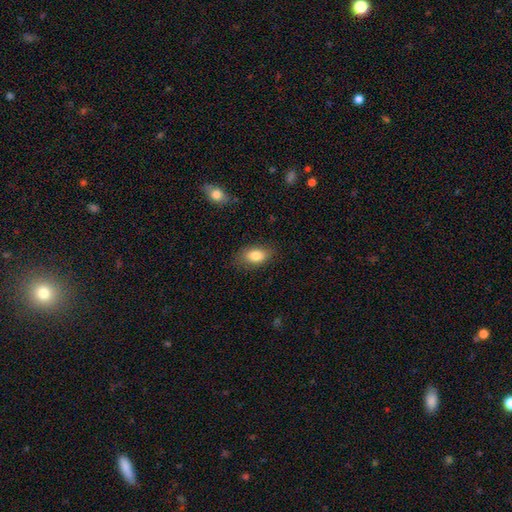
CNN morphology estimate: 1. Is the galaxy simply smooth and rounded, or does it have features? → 83% smooth, 10% featured or disk, 8% star or artifact.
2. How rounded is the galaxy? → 88% in between, 9% round, 3% cigar-shaped.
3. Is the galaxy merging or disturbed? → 79% none, 15% minor disturbance, 4% major disturbance, 1% merger.